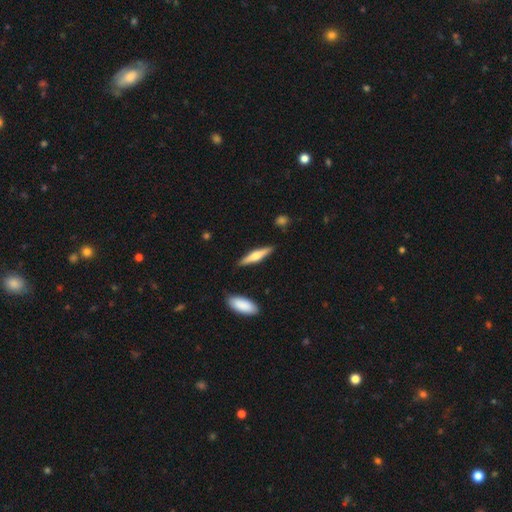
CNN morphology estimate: featured or disk 50%, smooth 45%, star or artifact 6%. Down the decision tree: merging — none (88%).